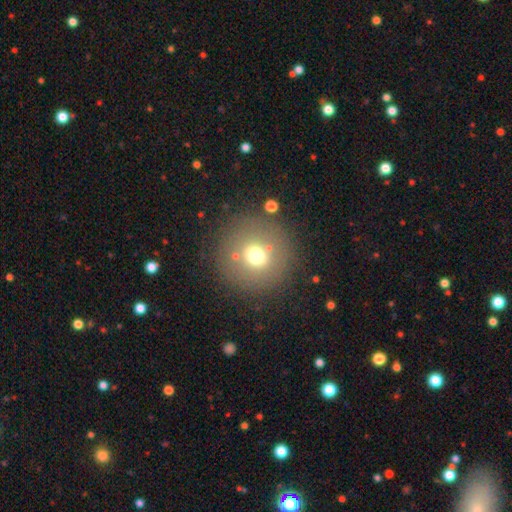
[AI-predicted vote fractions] smooth 66%, star or artifact 19%, featured or disk 15%. Down the decision tree: how rounded — round (95%); merging — none (84%).